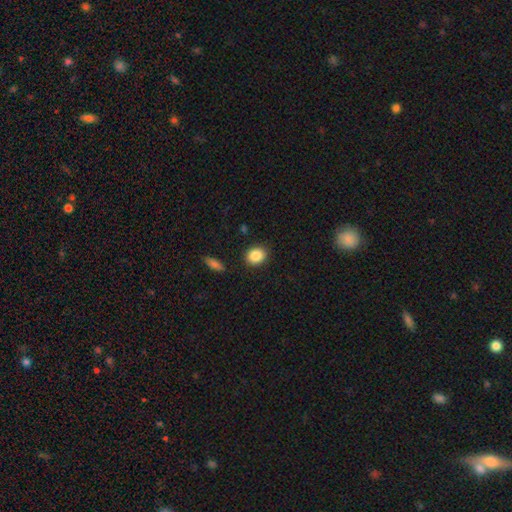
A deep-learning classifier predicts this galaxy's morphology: The model was most divided on "how rounded": round: 54%, in between: 45%, cigar-shaped: 1%. More confident: smooth or featured — smooth (87%); merging — none (87%).